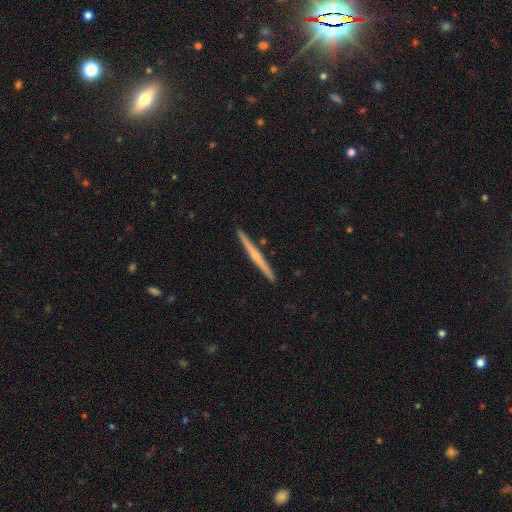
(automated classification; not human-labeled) Smooth or featured: featured or disk — 69% (smooth — 26%)
Edge-on disk: yes — 98% (no — 2%)
Edge-on bulge: rounded — 67% (none — 29%)
Merging: none — 92% (minor disturbance — 5%)